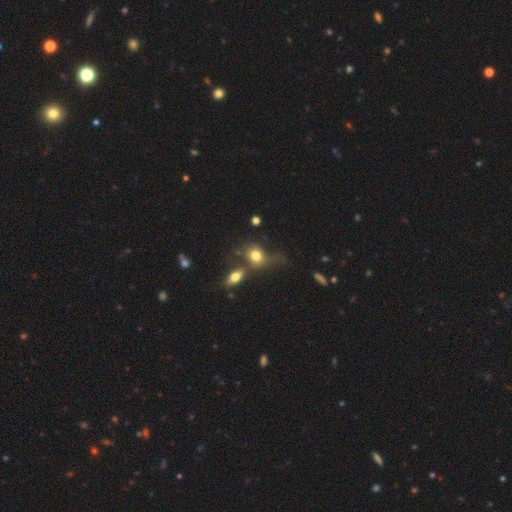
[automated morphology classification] smooth 74%, featured or disk 14%, star or artifact 12%. Down the decision tree: how rounded — round (54%); merging — none (36%).